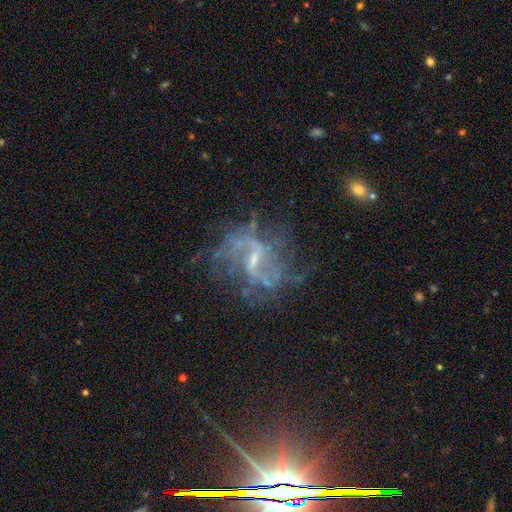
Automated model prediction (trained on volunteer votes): Smooth or featured: featured or disk — 72% (star or artifact — 19%)
Edge-on disk: no — 96% (yes — 4%)
Bar: weak — 49% (no — 26%)
Spiral arms: yes — 80% (no — 20%)
Spiral winding: loose — 59% (medium — 29%)
Spiral arm count: 2 — 56% (can't tell — 24%)
Bulge size: small — 59% (moderate — 19%)
Merging: none — 57% (major disturbance — 22%)